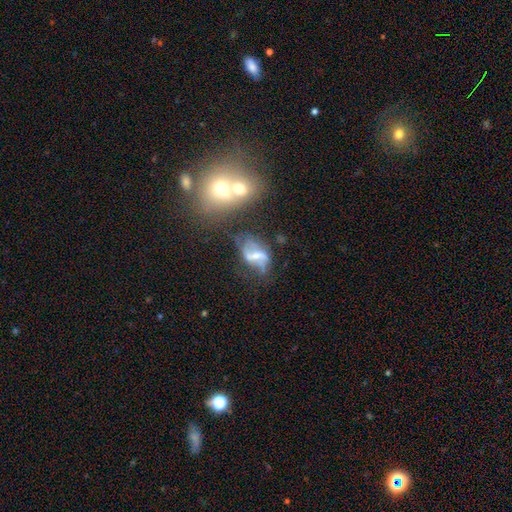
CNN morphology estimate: featured or disk 73%, smooth 18%, star or artifact 9%. Down the decision tree: edge-on disk — no (96%); bar — weak (44%); spiral arms — yes (80%); spiral arm count — 2 (84%); spiral winding — loose (67%); bulge size — small (42%); merging — none (44%).